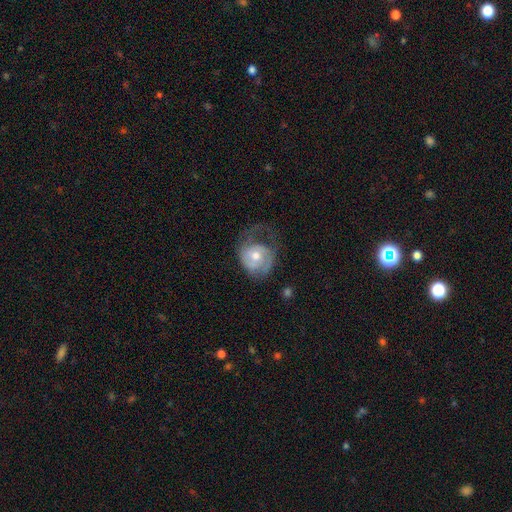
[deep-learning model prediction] smooth_or_featured: featured or disk (p=0.67) [alt: smooth p=0.27]
disk_edge_on: no (p=0.97) [alt: yes p=0.03]
bar: no (p=0.73) [alt: weak p=0.23]
has_spiral_arms: yes (p=0.81) [alt: no p=0.19]
spiral_winding: tight (p=0.40) [alt: medium p=0.37]
spiral_arm_count: 2 (p=0.46) [alt: 1 p=0.28]
bulge_size: moderate (p=0.68) [alt: small p=0.24]
merging: major disturbance (p=0.37) [alt: none p=0.35]